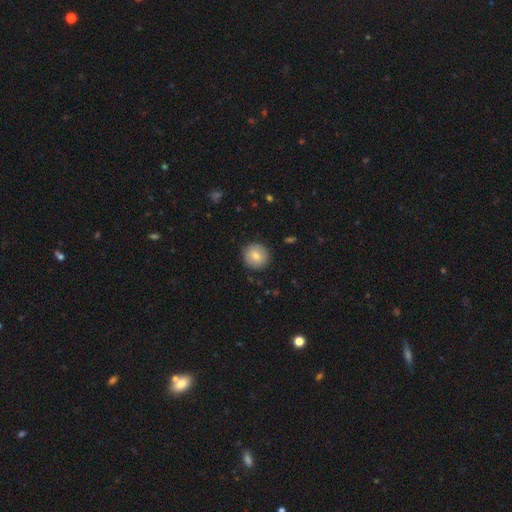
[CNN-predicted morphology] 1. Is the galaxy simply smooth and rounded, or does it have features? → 80% smooth, 12% featured or disk, 8% star or artifact.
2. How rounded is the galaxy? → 93% round, 6% in between, 1% cigar-shaped.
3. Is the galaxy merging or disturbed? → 89% none, 8% minor disturbance, 2% major disturbance, 1% merger.